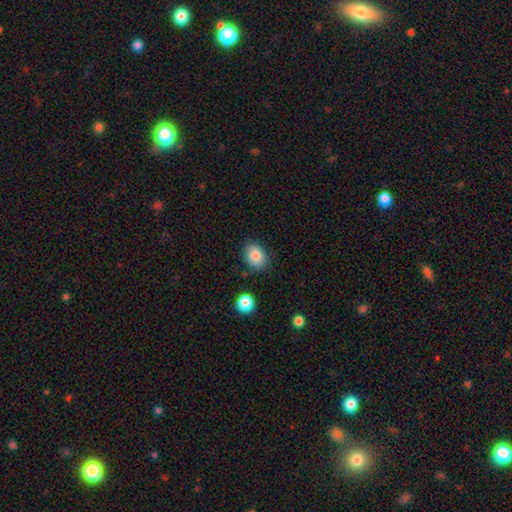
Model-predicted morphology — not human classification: A smooth galaxy with no disk features (85%) that is in between round and cigar-shaped (66%).

Vote fractions:
- Smooth or featured? smooth: 85% / star or artifact: 8% / featured or disk: 7%
- How rounded? in between: 66% / round: 33% / cigar-shaped: 1%
- Merging? none: 82% / minor disturbance: 13% / major disturbance: 3% / merger: 3%